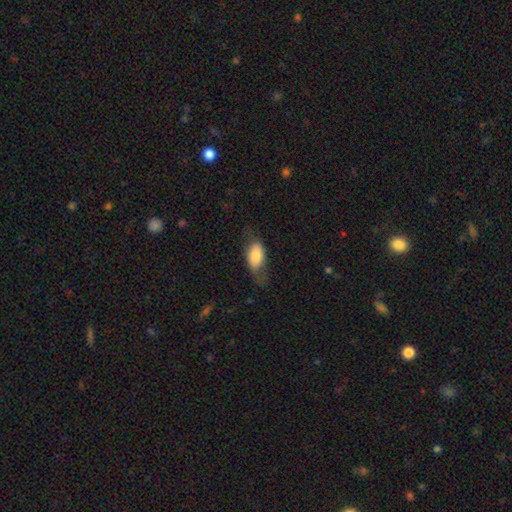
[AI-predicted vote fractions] Smooth or featured? Predicted: smooth (p=0.76). How rounded? Predicted: in between (p=0.90). Merging? Predicted: none (p=0.48).